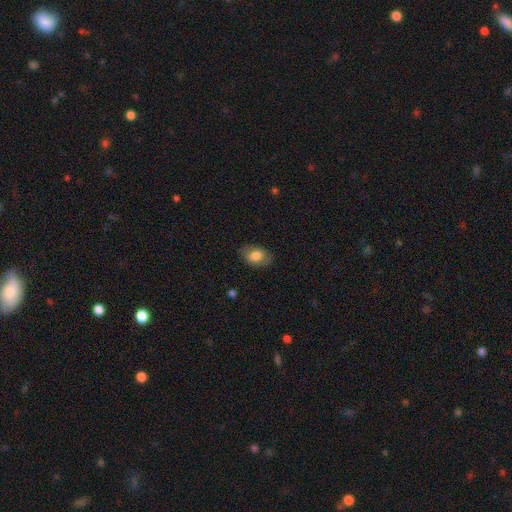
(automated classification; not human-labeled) smooth 76%, featured or disk 17%, star or artifact 7%. Down the decision tree: how rounded — in between (82%); merging — none (78%).